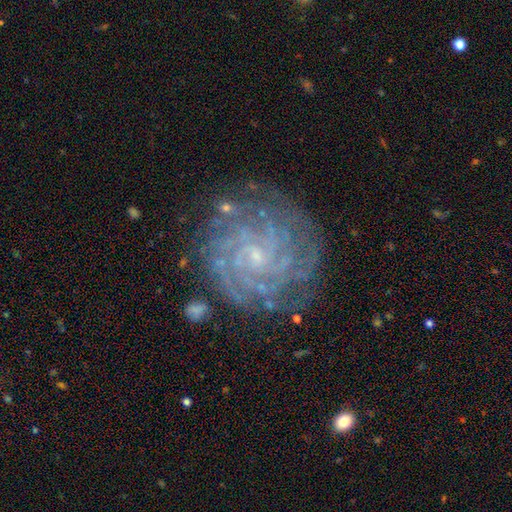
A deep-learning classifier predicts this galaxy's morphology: Q: Smooth or featured?
A: featured or disk (85%); runner-up: star or artifact (8%)
Q: Edge-on disk?
A: no (98%); runner-up: yes (2%)
Q: Bar?
A: no (67%); runner-up: weak (26%)
Q: Spiral arms?
A: yes (97%); runner-up: no (3%)
Q: Spiral winding?
A: tight (81%); runner-up: medium (16%)
Q: Spiral arm count?
A: can't tell (26%); runner-up: 4 (23%)
Q: Bulge size?
A: small (81%); runner-up: moderate (10%)
Q: Merging?
A: none (79%); runner-up: minor disturbance (14%)